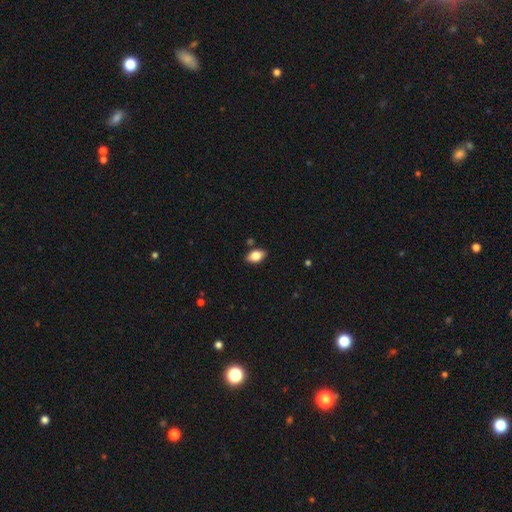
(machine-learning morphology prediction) The model was most divided on "smooth or featured": smooth: 80%, featured or disk: 12%, star or artifact: 8%. More confident: how rounded — in between (89%); merging — none (84%).